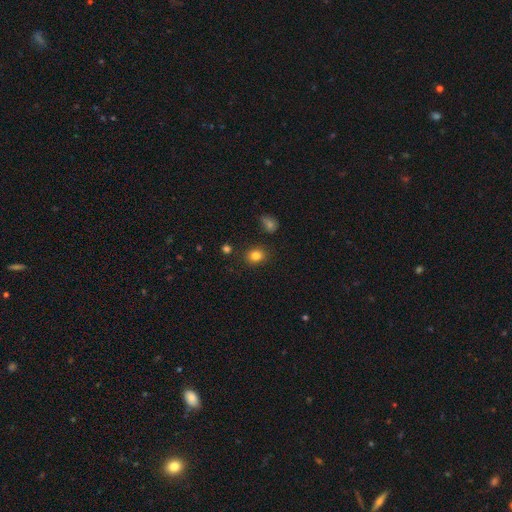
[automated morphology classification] Q: Smooth or featured?
A: smooth (82%); runner-up: star or artifact (12%)
Q: How rounded?
A: round (61%); runner-up: in between (38%)
Q: Merging?
A: none (86%); runner-up: minor disturbance (9%)